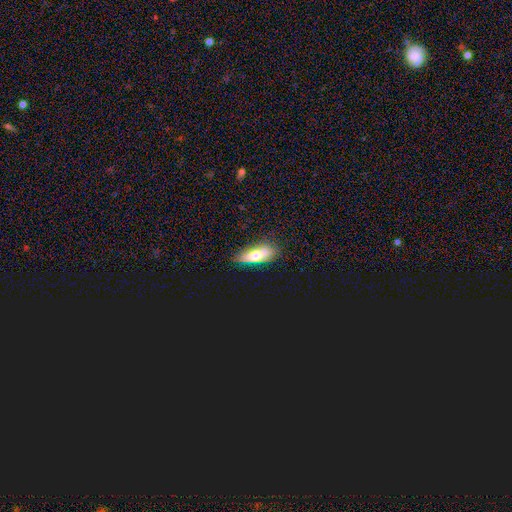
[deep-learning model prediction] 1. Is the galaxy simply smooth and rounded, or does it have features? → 65% smooth, 27% featured or disk, 9% star or artifact.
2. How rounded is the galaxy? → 71% in between, 26% cigar-shaped, 4% round.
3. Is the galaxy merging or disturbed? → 73% none, 20% minor disturbance, 5% major disturbance, 2% merger.